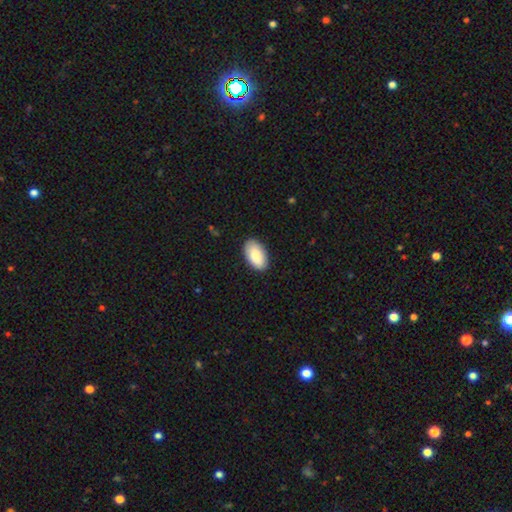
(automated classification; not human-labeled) Q: Smooth or featured?
A: smooth (86%); runner-up: featured or disk (8%)
Q: How rounded?
A: in between (95%); runner-up: round (3%)
Q: Merging?
A: none (88%); runner-up: minor disturbance (9%)